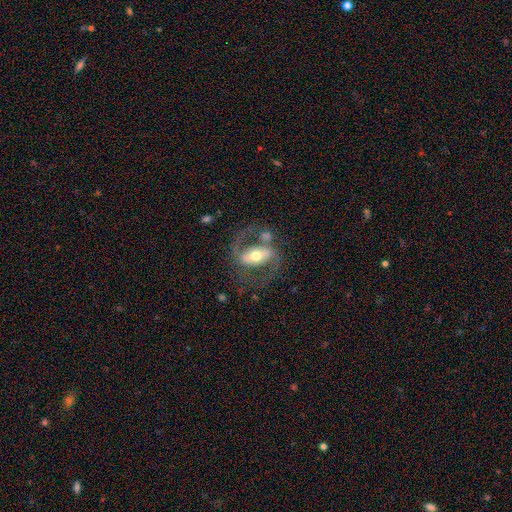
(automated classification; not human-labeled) smooth-or-featured: featured or disk: 81% | smooth: 13% | star or artifact: 6%
  disk-edge-on: no: 95% | yes: 5%
    bar: strong: 52% | weak: 28% | no: 20%
    has-spiral-arms: yes: 87% | no: 13%
      spiral-winding: medium: 55% | loose: 31% | tight: 15%
      spiral-arm-count: 2: 89% | can't tell: 4% | 1: 4% | 3: 1% | 4: 1% | more than 4: 1%
    bulge-size: moderate: 65% | small: 21% | large: 11% | dominant: 2% | none: 1%
  merging: none: 62% | minor disturbance: 16% | major disturbance: 16% | merger: 7%